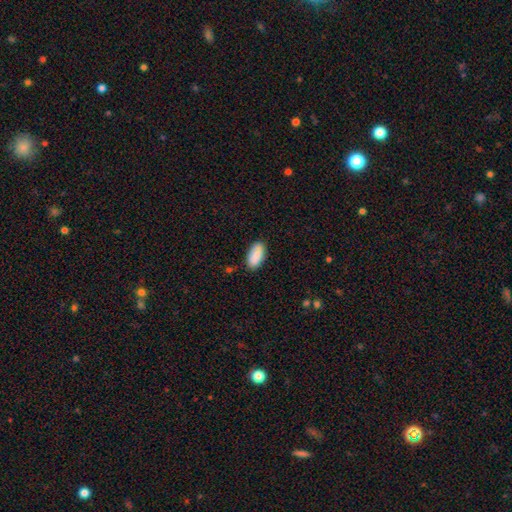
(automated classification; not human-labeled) smooth-or-featured: smooth: 88% | star or artifact: 6% | featured or disk: 5%
  how-rounded: in between: 94% | cigar-shaped: 4% | round: 2%
  merging: none: 83% | minor disturbance: 13% | major disturbance: 2% | merger: 2%